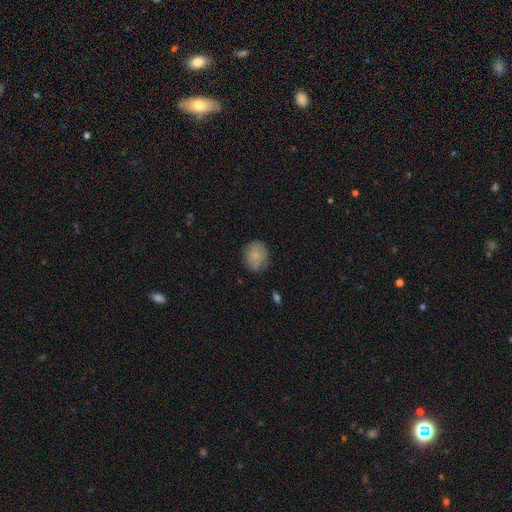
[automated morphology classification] A smooth galaxy with no disk features (80%) that is round (63%).

Vote fractions:
- Smooth or featured? smooth: 80% / featured or disk: 12% / star or artifact: 8%
- How rounded? round: 63% / in between: 35% / cigar-shaped: 1%
- Merging? none: 78% / minor disturbance: 17% / major disturbance: 4% / merger: 1%